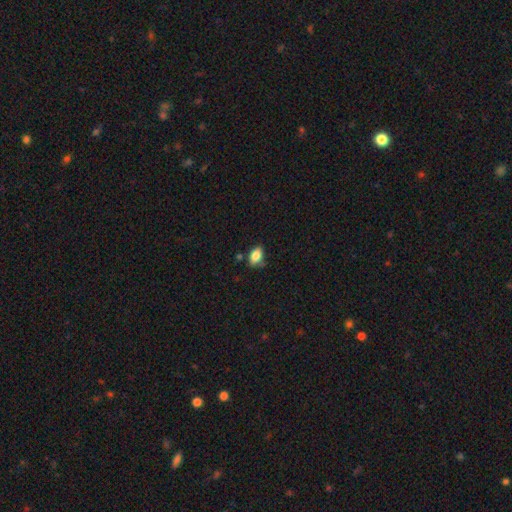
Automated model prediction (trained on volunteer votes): Overall: smooth (83%). How rounded: in between (88%). Merging: none (72%).